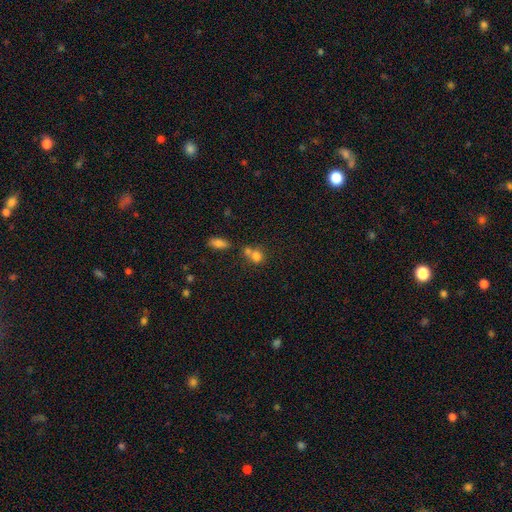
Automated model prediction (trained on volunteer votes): Overall: smooth (77%). How rounded: round (70%). Merging: merger (50%; none 37%).